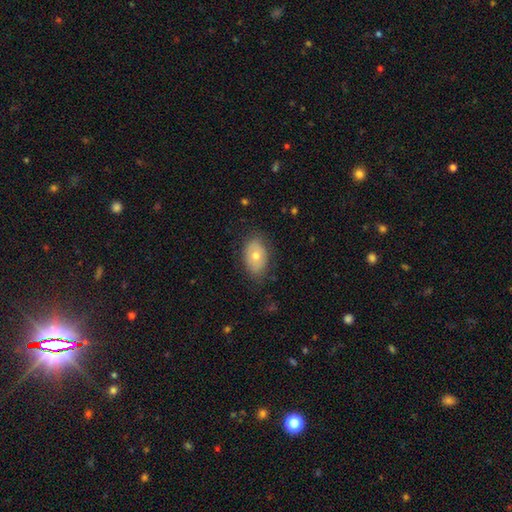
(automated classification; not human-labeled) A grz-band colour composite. It shows a smooth galaxy with no disk features (63%) that is in between round and cigar-shaped (83%). Merging: none (78%).